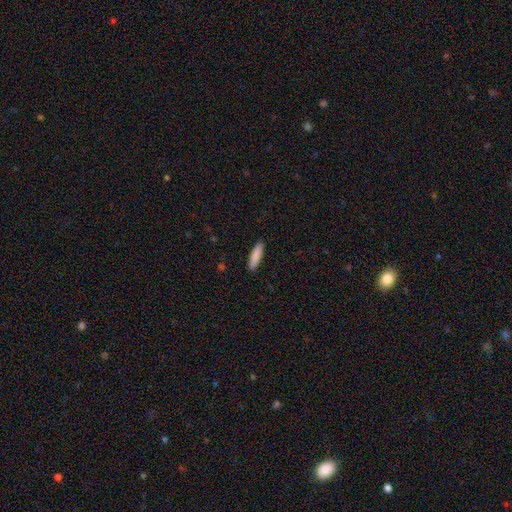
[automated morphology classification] Smooth or featured? smooth (87%)
How rounded? cigar-shaped (76%)
Merging? none (90%)